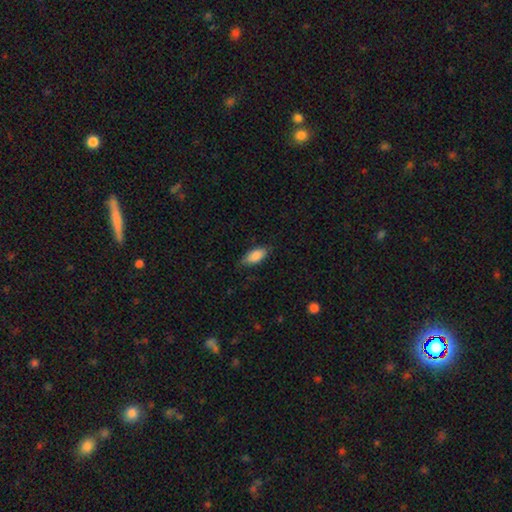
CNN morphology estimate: smooth 86%, featured or disk 7%, star or artifact 6%. Down the decision tree: how rounded — in between (88%); merging — none (76%).